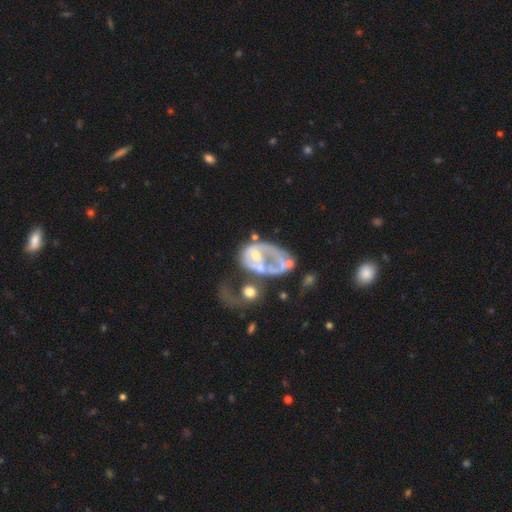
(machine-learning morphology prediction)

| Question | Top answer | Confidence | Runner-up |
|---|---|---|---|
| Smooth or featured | featured or disk | 67% | smooth (22%) |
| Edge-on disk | no | 97% | yes (3%) |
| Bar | no | 82% | weak (14%) |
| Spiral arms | no | 74% | yes (26%) |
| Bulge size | moderate | 36% | none (30%) |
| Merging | merger | 39% | major disturbance (37%) |